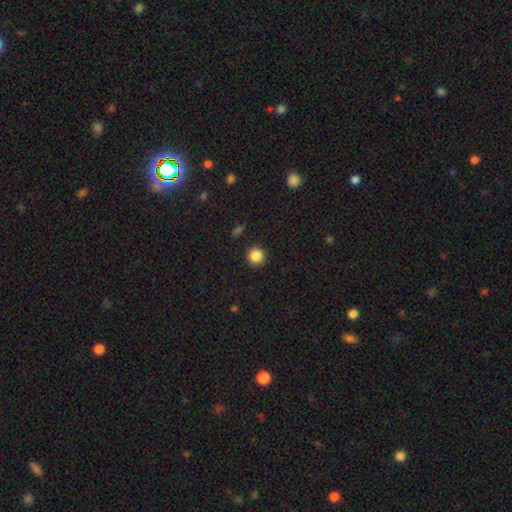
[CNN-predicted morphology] This appears to be a smooth galaxy with no disk features (86%) that is round (95%). Merging: none (92%).